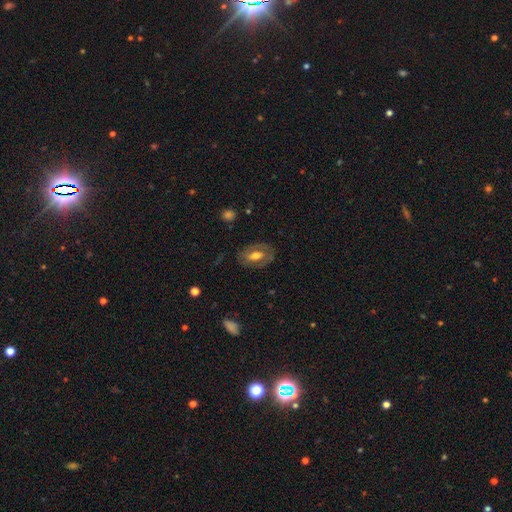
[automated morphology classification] This appears to be a featured or disk galaxy (49%). Merging: none (76%).